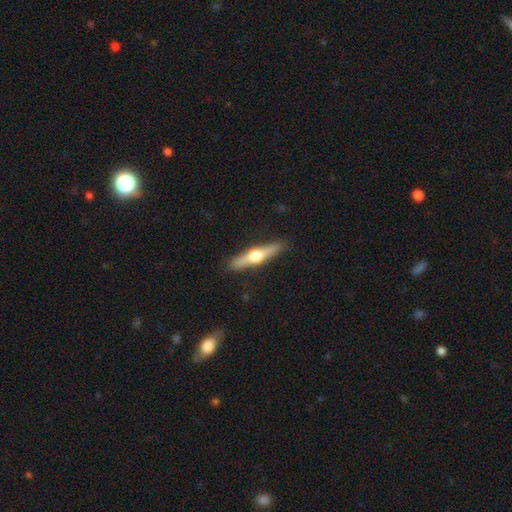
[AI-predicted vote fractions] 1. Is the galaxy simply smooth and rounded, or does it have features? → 66% featured or disk, 29% smooth, 5% star or artifact.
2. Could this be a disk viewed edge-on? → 97% yes, 3% no.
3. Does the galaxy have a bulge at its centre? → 96% rounded, 2% boxy, 2% none.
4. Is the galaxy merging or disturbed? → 90% none, 7% minor disturbance, 2% major disturbance, 1% merger.